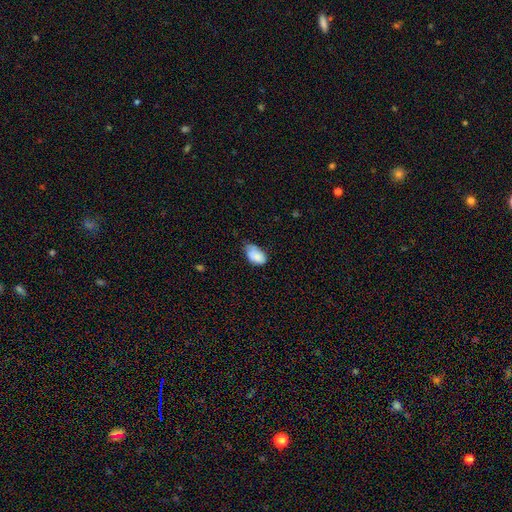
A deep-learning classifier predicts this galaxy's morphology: Smooth or featured? smooth (83%)
How rounded? in between (92%)
Merging? minor disturbance (46%)